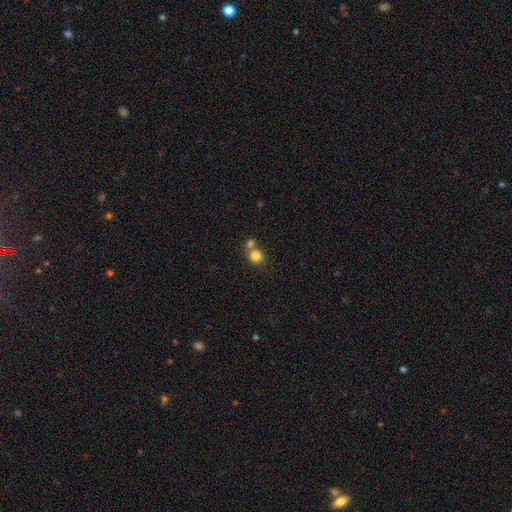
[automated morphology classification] The model was most divided on "merging": none: 48%, merger: 42%, minor disturbance: 8%, major disturbance: 3%. More confident: smooth or featured — smooth (82%); how rounded — round (77%).